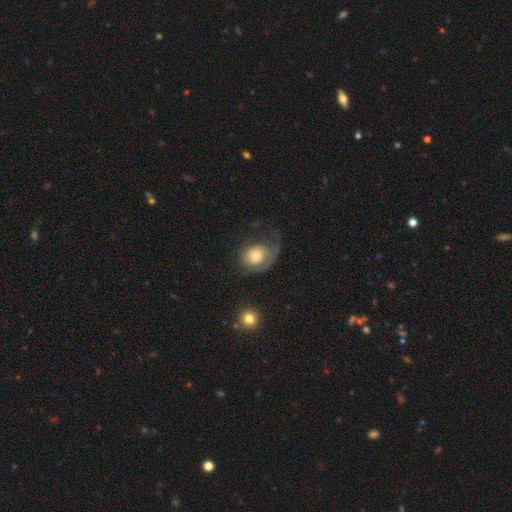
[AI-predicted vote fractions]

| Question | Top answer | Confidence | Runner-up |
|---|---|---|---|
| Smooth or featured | smooth | 52% | featured or disk (40%) |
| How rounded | round | 50% | in between (49%) |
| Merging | major disturbance | 43% | none (33%) |